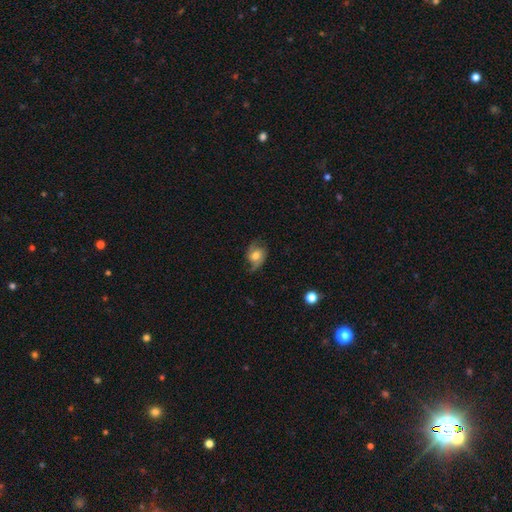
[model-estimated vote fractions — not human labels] Morphology: type=featured or disk (52%); edge-on=no (95%); merging=none (60%).